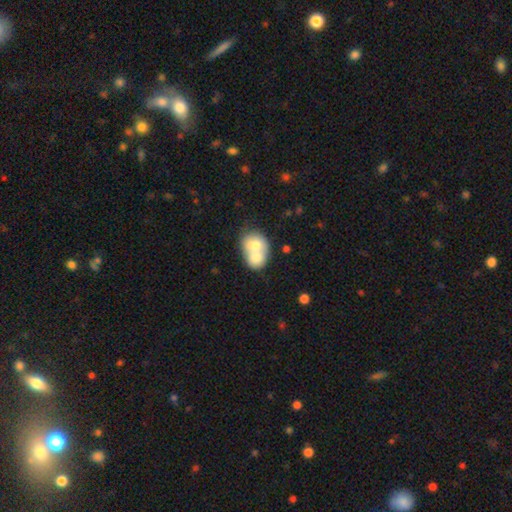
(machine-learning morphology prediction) smooth 68%, featured or disk 26%, star or artifact 7%. Down the decision tree: how rounded — round (53%); merging — merger (76%).